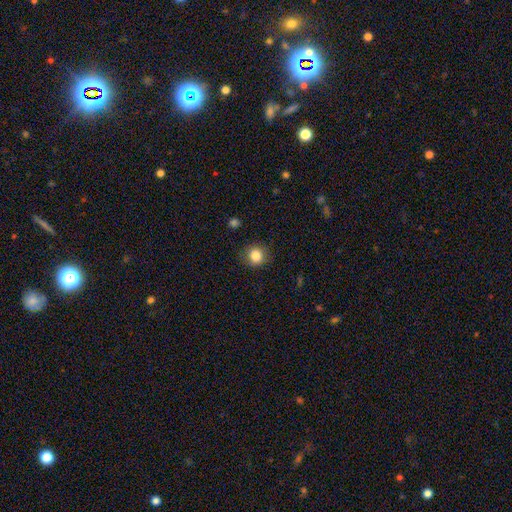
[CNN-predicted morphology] smooth_or_featured: smooth (p=0.84) [alt: star or artifact p=0.10]
how_rounded: round (p=0.90) [alt: in between p=0.09]
merging: none (p=0.85) [alt: minor disturbance p=0.11]